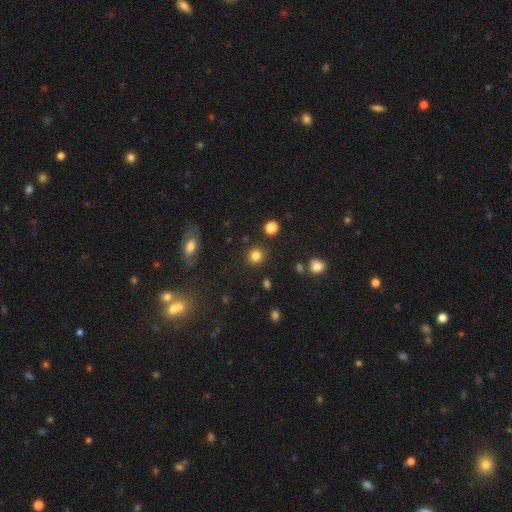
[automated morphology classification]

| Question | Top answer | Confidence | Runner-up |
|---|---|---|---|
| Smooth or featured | smooth | 83% | star or artifact (12%) |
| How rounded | round | 91% | in between (8%) |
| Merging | none | 89% | minor disturbance (6%) |